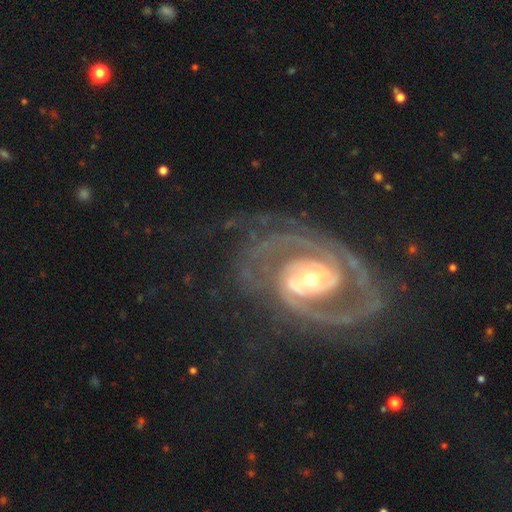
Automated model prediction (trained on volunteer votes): Morphology: type=featured or disk (90%); edge-on=no (97%); bar=no (50%); spiral arms=yes (96%); winding=tight (53%); arm count=2 (62%); bulge=moderate (50%); merging=none (64%).